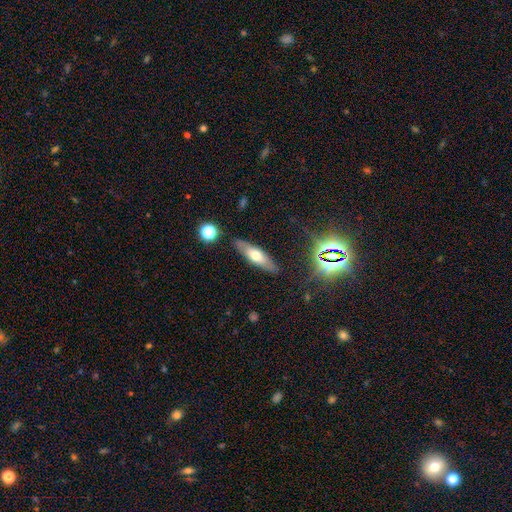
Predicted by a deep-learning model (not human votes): Smooth or featured? Predicted: smooth (p=0.53). How rounded? Predicted: cigar-shaped (p=0.57). Merging? Predicted: none (p=0.84).